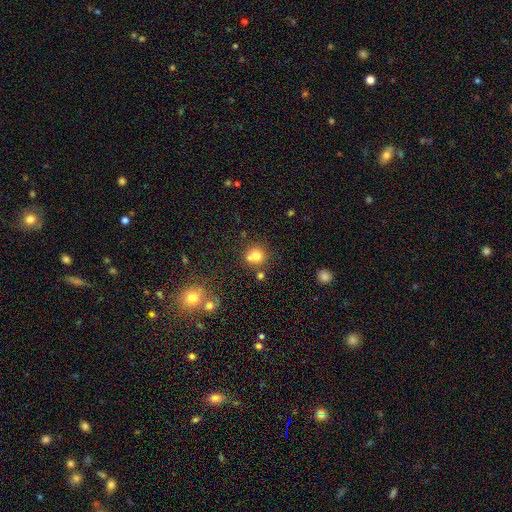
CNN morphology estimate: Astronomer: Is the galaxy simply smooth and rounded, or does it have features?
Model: smooth — 75%.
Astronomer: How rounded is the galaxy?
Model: round — 87%.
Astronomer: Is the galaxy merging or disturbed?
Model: none — 57%.